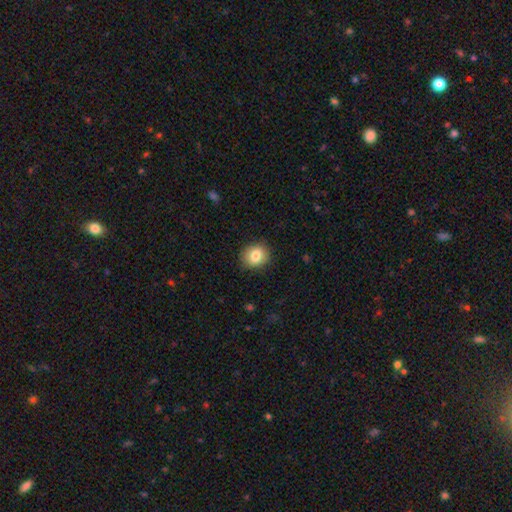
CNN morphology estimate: Q: Smooth or featured?
A: smooth (82%); runner-up: featured or disk (9%)
Q: How rounded?
A: round (70%); runner-up: in between (29%)
Q: Merging?
A: none (87%); runner-up: minor disturbance (10%)